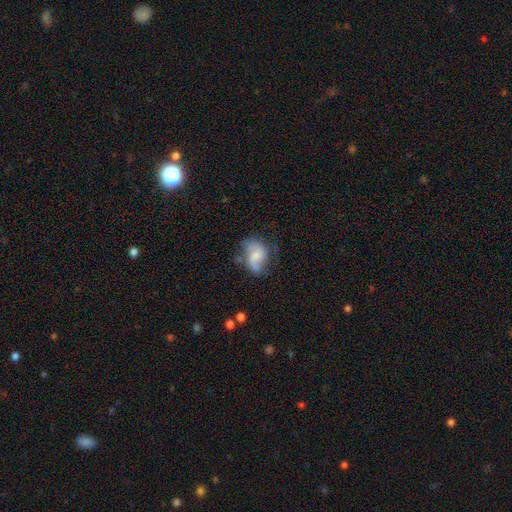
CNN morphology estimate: Smooth or featured?
  - smooth: 53% *
  - featured or disk: 38%
  - star or artifact: 8%
How rounded?
  - in between: 79% *
  - round: 20%
  - cigar-shaped: 2%
Merging?
  - none: 39% *
  - minor disturbance: 32%
  - major disturbance: 22%
  - merger: 7%